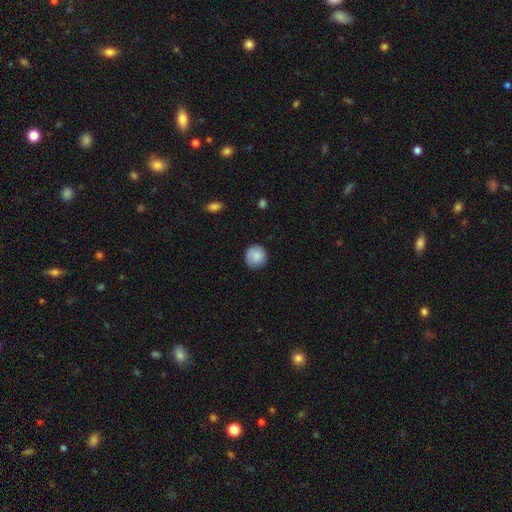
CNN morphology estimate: The model was most divided on "merging": none: 87%, minor disturbance: 10%, major disturbance: 2%, merger: 1%. More confident: how rounded — round (94%); smooth or featured — smooth (86%).